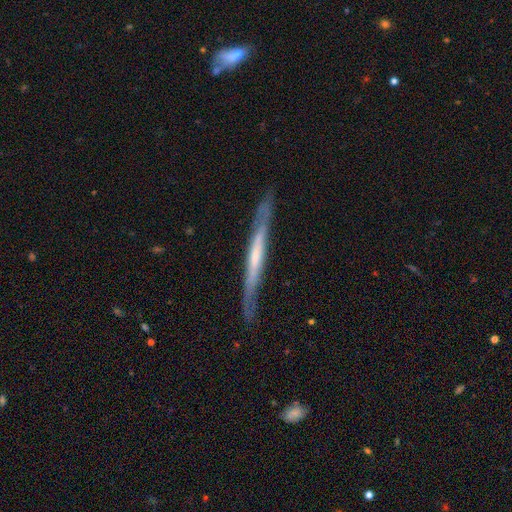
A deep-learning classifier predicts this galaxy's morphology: Smooth or featured?
  - featured or disk: 67% *
  - smooth: 28%
  - star or artifact: 5%
Edge-on disk?
  - yes: 91% *
  - no: 9%
Edge-on bulge?
  - none: 66% *
  - rounded: 22%
  - boxy: 13%
Merging?
  - none: 83% *
  - minor disturbance: 13%
  - major disturbance: 3%
  - merger: 1%